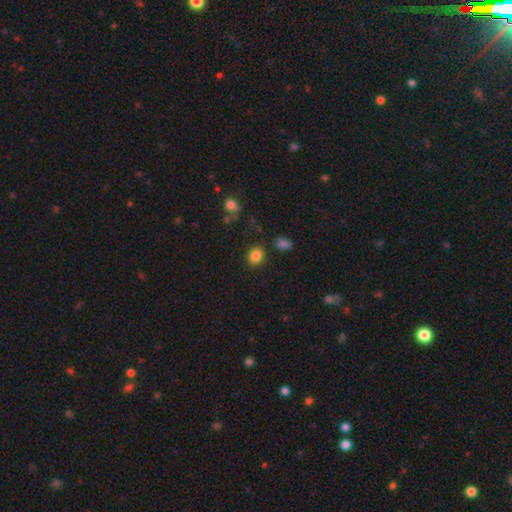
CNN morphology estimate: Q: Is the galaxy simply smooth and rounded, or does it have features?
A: smooth — 85%.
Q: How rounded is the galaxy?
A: round — 66%.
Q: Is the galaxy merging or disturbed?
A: none — 85%.